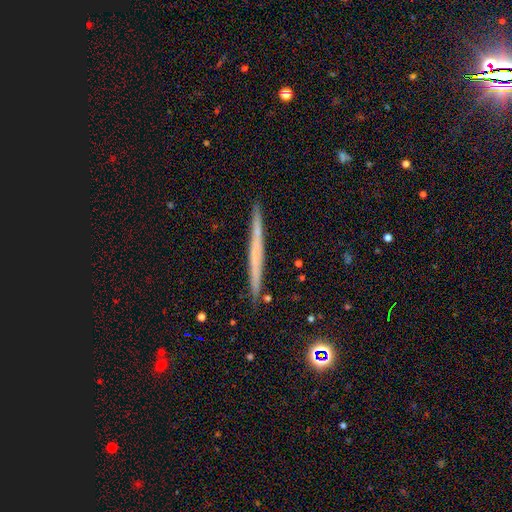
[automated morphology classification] smooth-or-featured: featured or disk: 50% | smooth: 43% | star or artifact: 8%
  merging: none: 90% | minor disturbance: 7% | merger: 1% | major disturbance: 1%